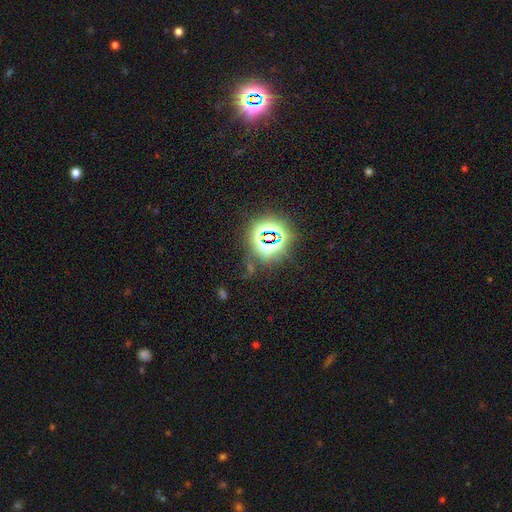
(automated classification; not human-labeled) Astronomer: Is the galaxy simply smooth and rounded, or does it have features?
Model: star or artifact — 83%.